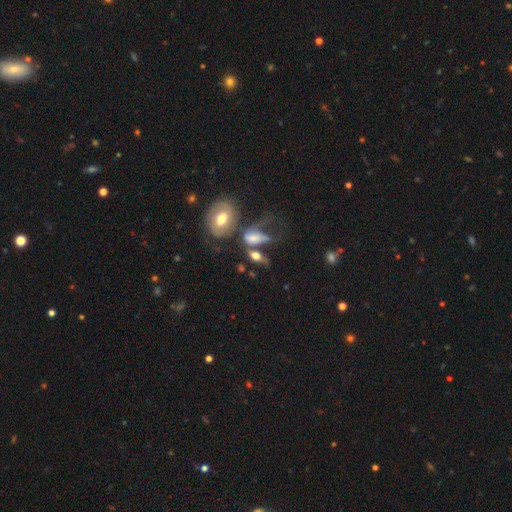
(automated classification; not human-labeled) This appears to be a smooth galaxy with no disk features (52%) that is in between round and cigar-shaped (76%). Merging: merger (36%).